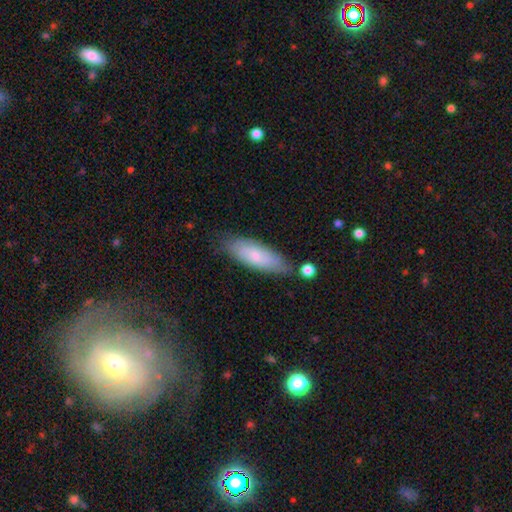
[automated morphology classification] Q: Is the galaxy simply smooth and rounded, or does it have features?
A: smooth — 66%.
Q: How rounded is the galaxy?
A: in between — 61%.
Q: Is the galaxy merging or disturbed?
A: none — 72%.